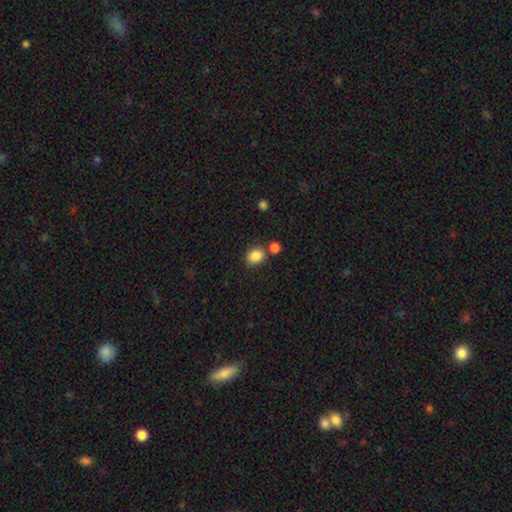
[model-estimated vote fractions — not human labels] Smooth or featured? Predicted: smooth (p=0.86). How rounded? Predicted: round (p=0.59). Merging? Predicted: none (p=0.73).